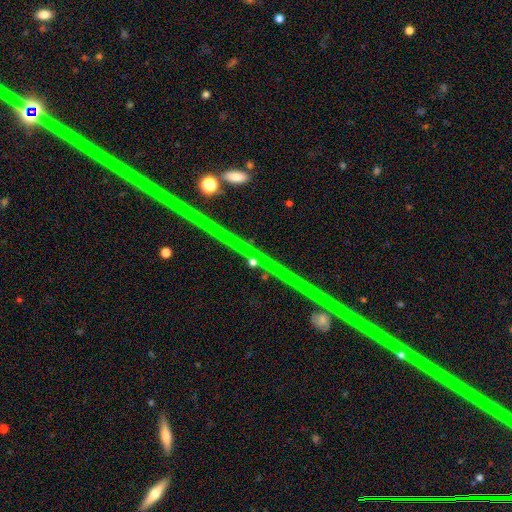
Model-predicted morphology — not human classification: This is clearly a star or artifact rather than a galaxy (82%).